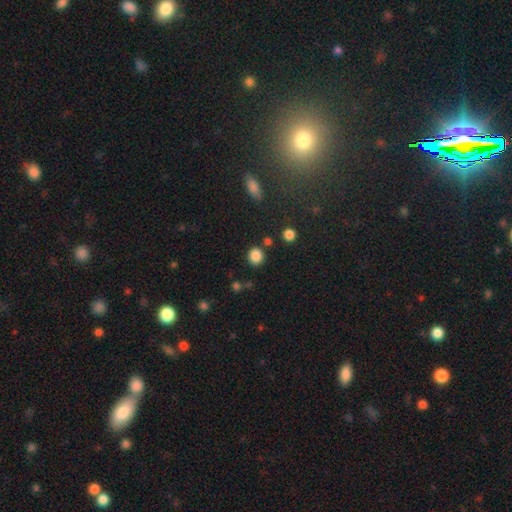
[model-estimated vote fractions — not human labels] This appears to be a smooth galaxy with no disk features (86%) that is round (81%). Merging: none (83%).